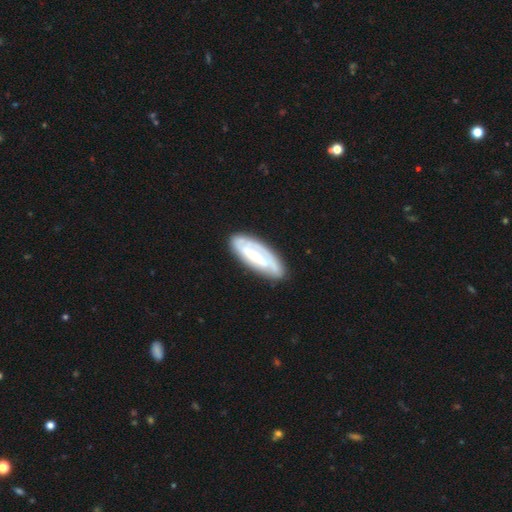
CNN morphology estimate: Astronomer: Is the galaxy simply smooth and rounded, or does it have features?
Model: featured or disk — 67%.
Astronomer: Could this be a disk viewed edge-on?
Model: no — 83%.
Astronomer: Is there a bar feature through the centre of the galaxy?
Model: strong — 42% (runner-up: weak, 35%).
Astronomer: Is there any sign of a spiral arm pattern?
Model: yes — 74%.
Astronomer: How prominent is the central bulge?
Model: small — 49% (runner-up: moderate, 37%).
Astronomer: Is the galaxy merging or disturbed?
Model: none — 75%.